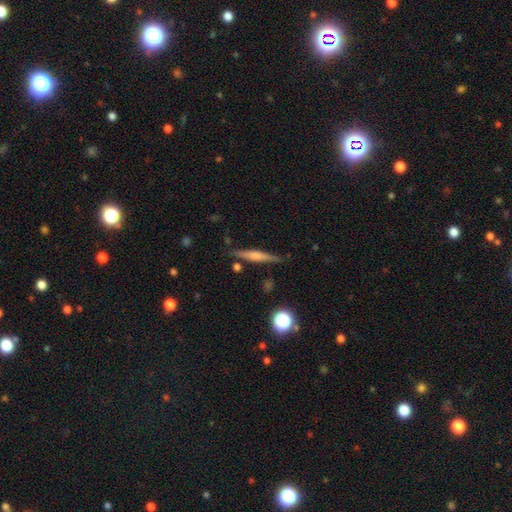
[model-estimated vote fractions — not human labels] Q: Smooth or featured?
A: featured or disk (52%); runner-up: smooth (40%)
Q: Edge-on disk?
A: yes (96%); runner-up: no (4%)
Q: Edge-on bulge?
A: rounded (58%); runner-up: boxy (23%)
Q: Merging?
A: none (85%); runner-up: minor disturbance (10%)